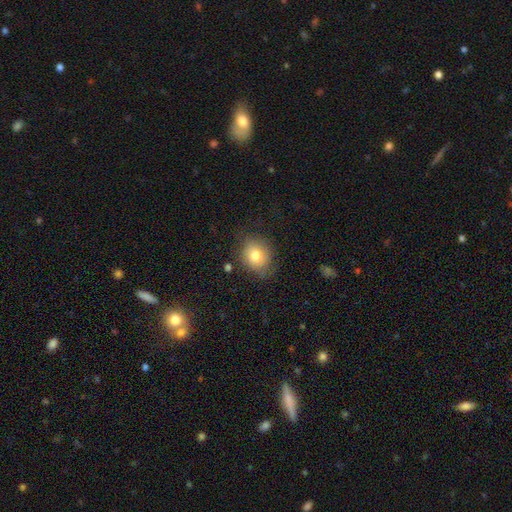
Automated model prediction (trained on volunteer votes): Smooth or featured? smooth (77%)
How rounded? round (70%)
Merging? none (73%)